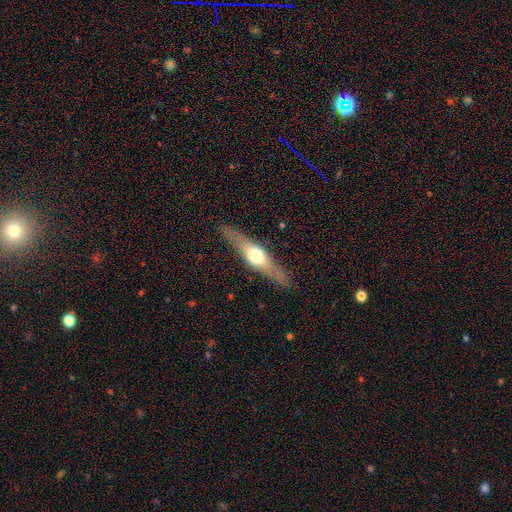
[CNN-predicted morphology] Smooth or featured? Predicted: featured or disk (p=0.64). Edge-on disk? Predicted: yes (p=0.93). Edge-on bulge? Predicted: rounded (p=0.94). Merging? Predicted: none (p=0.88).